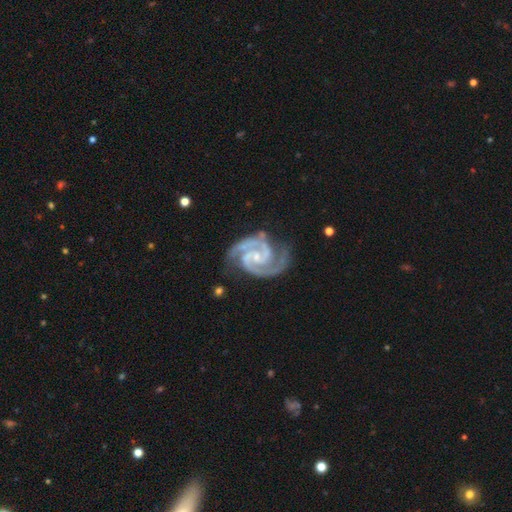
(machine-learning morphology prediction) The model was most divided on "spiral winding": tight: 50%, medium: 46%, loose: 4%. Remaining: spiral arms — yes (99%); edge-on disk — no (98%); smooth or featured — featured or disk (95%); spiral arm count — 2 (86%); merging — none (73%); bulge size — small (67%); bar — no (46%).